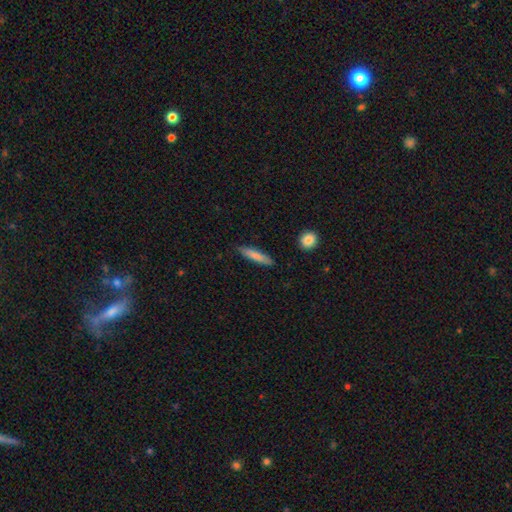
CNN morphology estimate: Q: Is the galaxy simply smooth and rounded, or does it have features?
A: smooth — 79%.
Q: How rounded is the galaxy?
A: cigar-shaped — 86%.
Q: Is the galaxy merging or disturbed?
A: none — 88%.